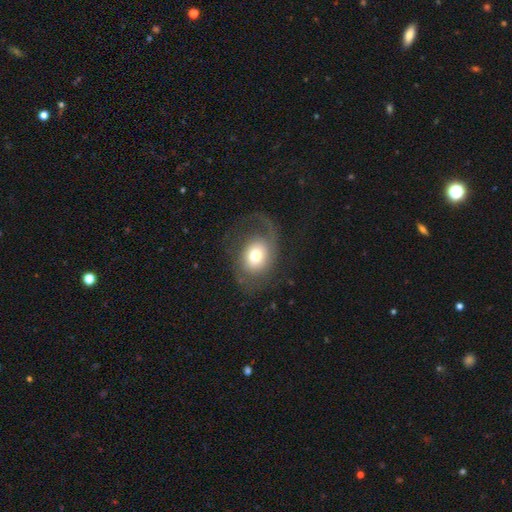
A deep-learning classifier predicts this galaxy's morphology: This is possibly a featured or disk galaxy (52%). It is clearly not viewed edge-on (95%). Merging: possibly none (53%).